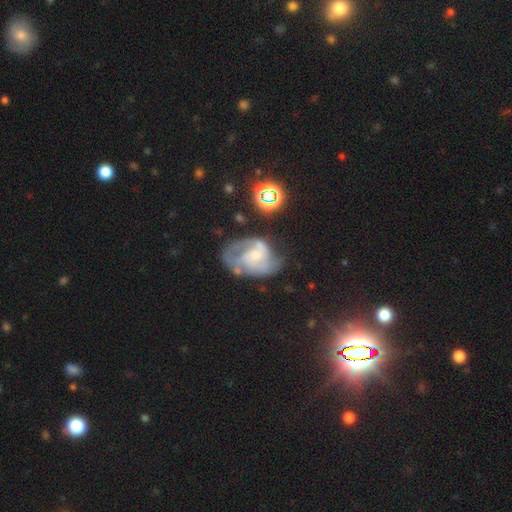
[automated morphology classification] Overall: featured or disk (77%). Edge-on disk: no (98%). Bar: no (61%; weak 32%). Spiral arms: yes (86%). Spiral arm count: 2 (48%; can't tell 24%). Spiral winding: medium (47%; tight 29%). Bulge size: small (45%; moderate 35%). Merging: none (43%; major disturbance 27%).